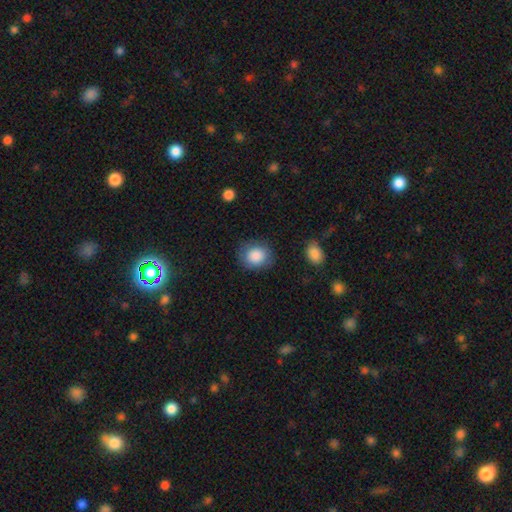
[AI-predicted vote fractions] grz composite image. It shows a smooth galaxy with no disk features (87%) that is round (70%). Merging: none (79%).